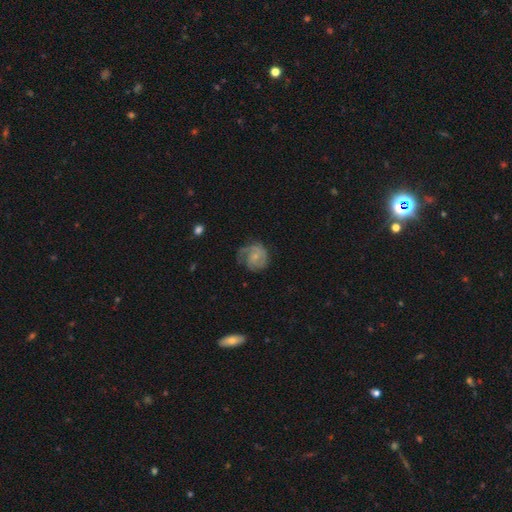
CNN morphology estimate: type=featured or disk (65%); edge-on=no (98%); bar=no (74%); spiral arms=yes (88%); winding=tight (47%); arm count=2 (34%); bulge=small (68%); merging=none (52%).